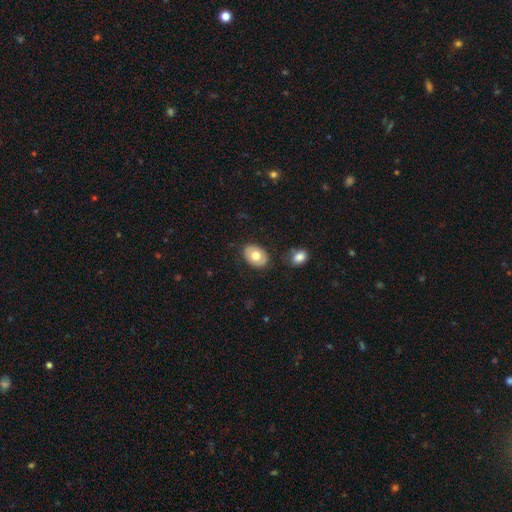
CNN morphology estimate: This is likely a smooth galaxy (69%). How rounded: likely in between (75%). Merging: clearly none (82%).